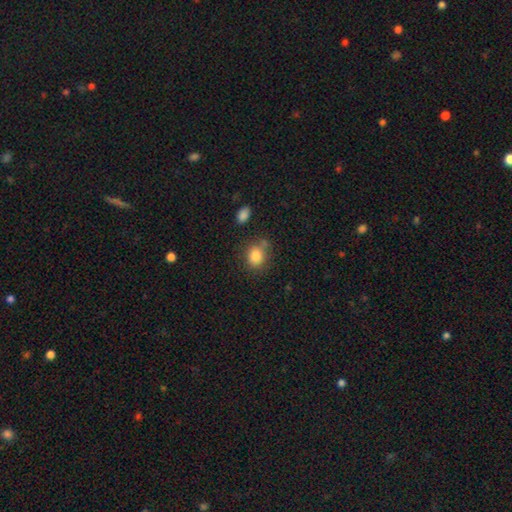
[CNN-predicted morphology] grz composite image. It shows a smooth galaxy with no disk features (84%) that is round (58%). Merging: none (66%).